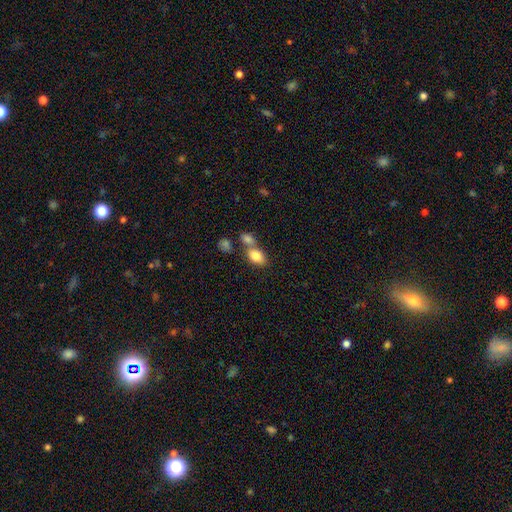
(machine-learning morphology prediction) Smooth or featured: smooth — 83% (featured or disk — 9%)
How rounded: in between — 83% (round — 15%)
Merging: merger — 44% (none — 41%)